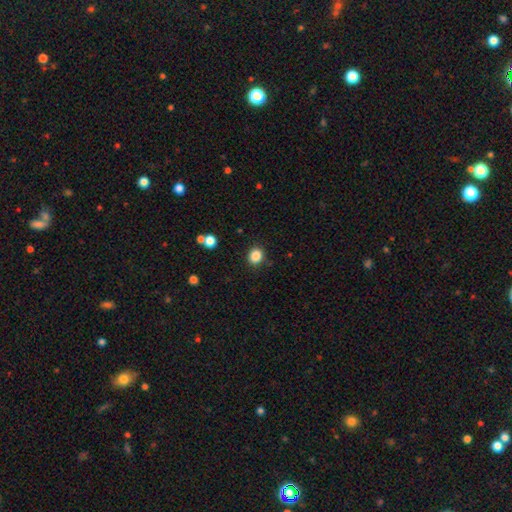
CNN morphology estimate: Q: Smooth or featured?
A: smooth (86%); runner-up: star or artifact (11%)
Q: How rounded?
A: round (73%); runner-up: in between (26%)
Q: Merging?
A: none (88%); runner-up: minor disturbance (8%)